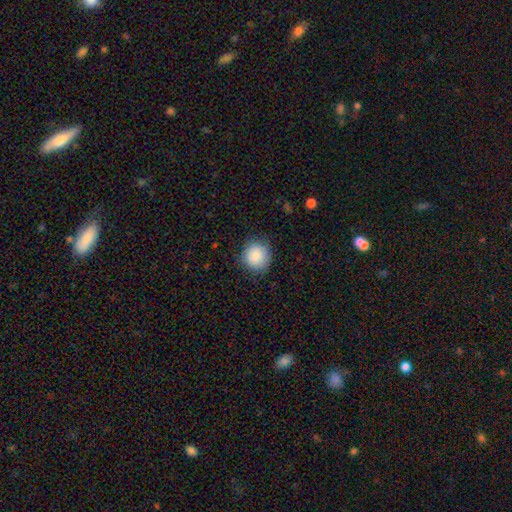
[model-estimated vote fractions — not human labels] A smooth galaxy with no disk features (85%) that is round (89%). Merging: none (84%).